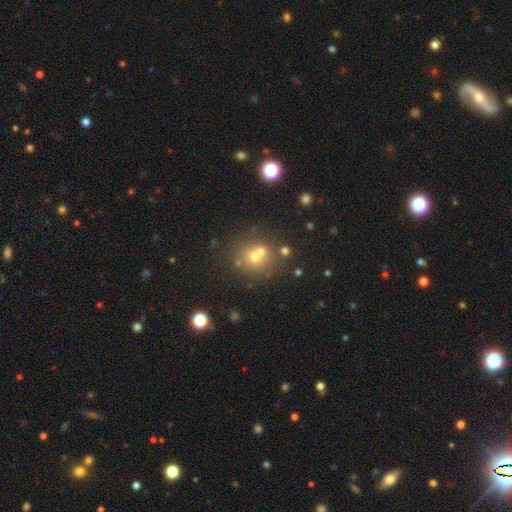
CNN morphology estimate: The model was most divided on "merging": none: 52%, merger: 37%, minor disturbance: 8%, major disturbance: 4%. More confident: how rounded — round (85%); smooth or featured — smooth (60%).